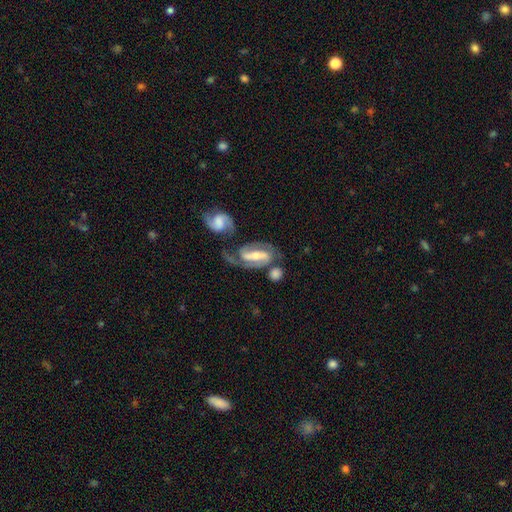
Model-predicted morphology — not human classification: Overall: featured or disk (85%). Edge-on disk: no (94%). Bar: strong (64%; weak 25%). Spiral arms: yes (95%). Spiral arm count: 2 (88%). Spiral winding: medium (50%; tight 32%). Bulge size: moderate (51%; small 38%). Merging: none (50%; merger 20%).